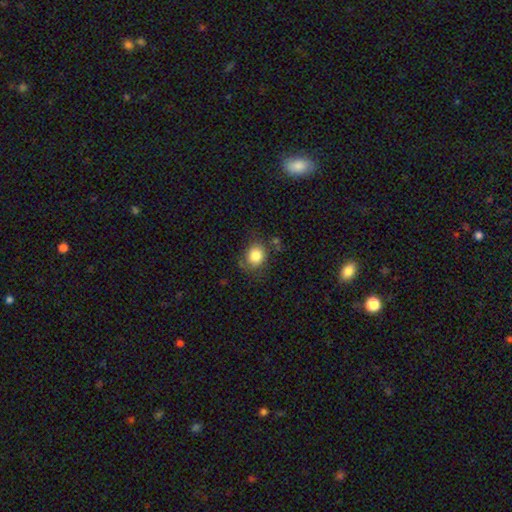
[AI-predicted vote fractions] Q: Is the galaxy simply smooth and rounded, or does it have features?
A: smooth — 83%.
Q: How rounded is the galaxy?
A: round — 71%.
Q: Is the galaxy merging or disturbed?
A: none — 70%.